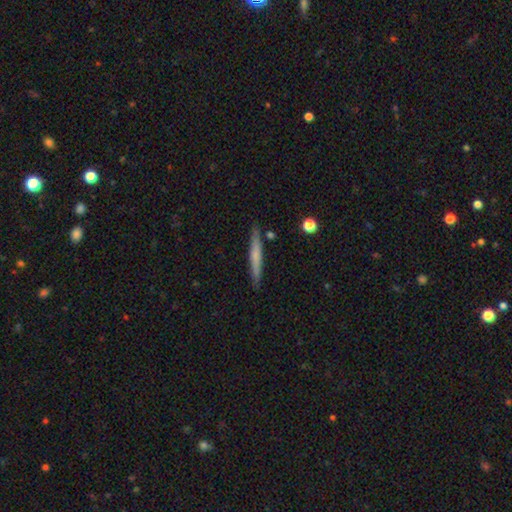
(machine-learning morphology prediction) smooth 56%, featured or disk 38%, star or artifact 6%. Down the decision tree: how rounded — cigar-shaped (95%); merging — none (87%).